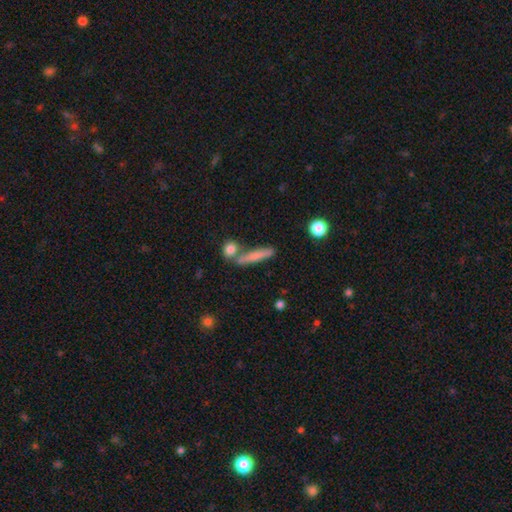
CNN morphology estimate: smooth-or-featured: smooth: 71% | featured or disk: 22% | star or artifact: 7%
  how-rounded: cigar-shaped: 86% | in between: 10% | round: 4%
  merging: none: 70% | merger: 15% | minor disturbance: 11% | major disturbance: 4%